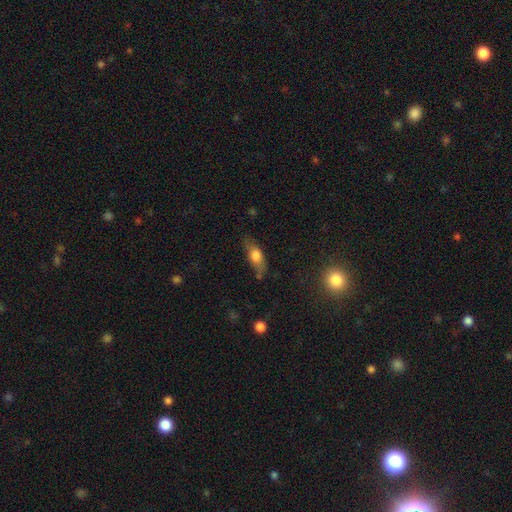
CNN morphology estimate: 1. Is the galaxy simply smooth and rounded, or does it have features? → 68% smooth, 24% featured or disk, 8% star or artifact.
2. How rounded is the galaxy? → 69% in between, 27% cigar-shaped, 5% round.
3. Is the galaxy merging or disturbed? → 61% none, 26% minor disturbance, 8% major disturbance, 4% merger.